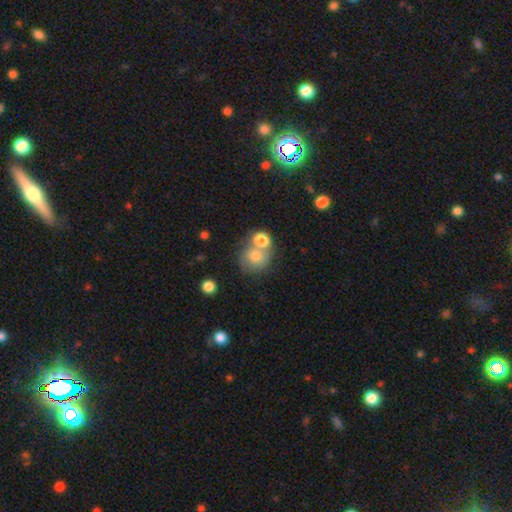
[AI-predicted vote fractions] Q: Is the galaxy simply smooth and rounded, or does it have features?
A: smooth — 71%.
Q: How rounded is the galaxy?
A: round — 78%.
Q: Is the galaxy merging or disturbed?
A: merger — 44%.